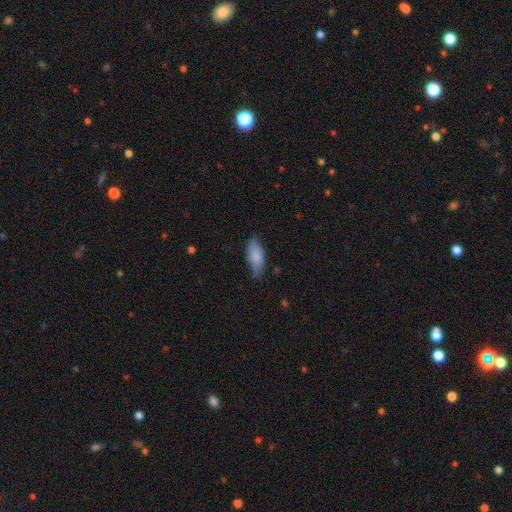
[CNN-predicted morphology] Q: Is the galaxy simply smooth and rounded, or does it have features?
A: smooth — 84%.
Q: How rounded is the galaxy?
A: in between — 82%.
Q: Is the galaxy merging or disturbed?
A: none — 64%.